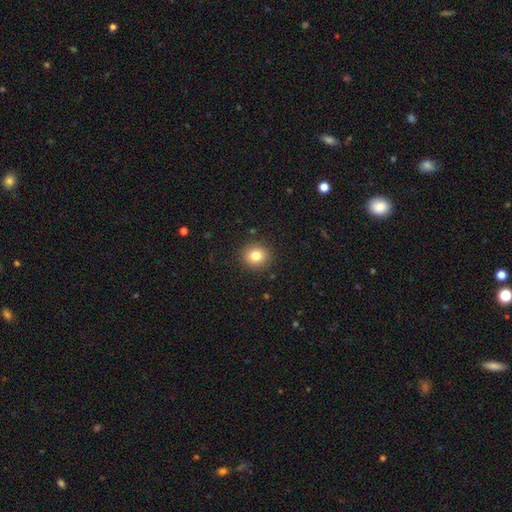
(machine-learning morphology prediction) The model was most divided on "smooth or featured": smooth: 81%, star or artifact: 11%, featured or disk: 8%. More confident: merging — none (91%); how rounded — round (87%).